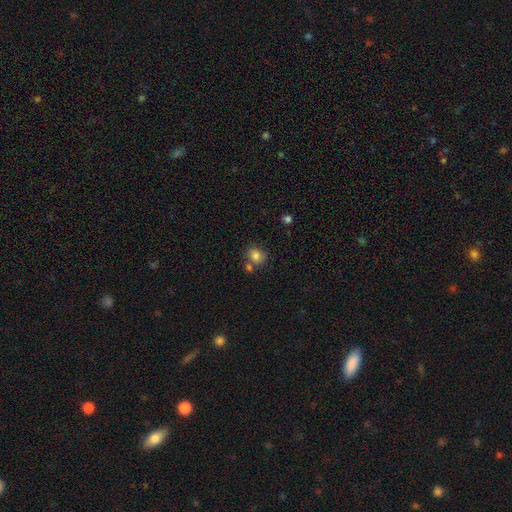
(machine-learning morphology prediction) Q: Smooth or featured?
A: smooth (82%); runner-up: star or artifact (11%)
Q: How rounded?
A: round (58%); runner-up: in between (41%)
Q: Merging?
A: none (63%); runner-up: merger (20%)